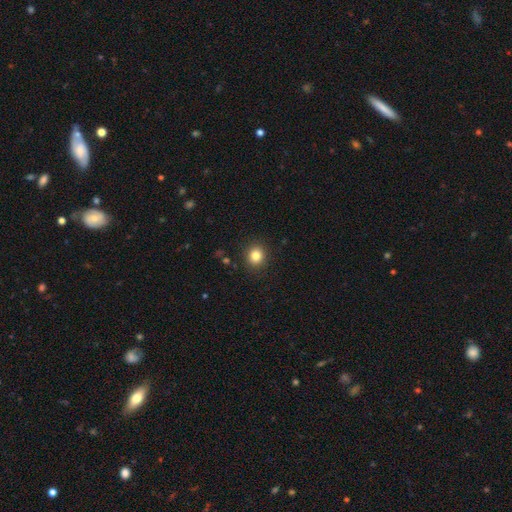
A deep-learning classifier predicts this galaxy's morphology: type=smooth (83%); roundness=round (80%); merging=none (90%).